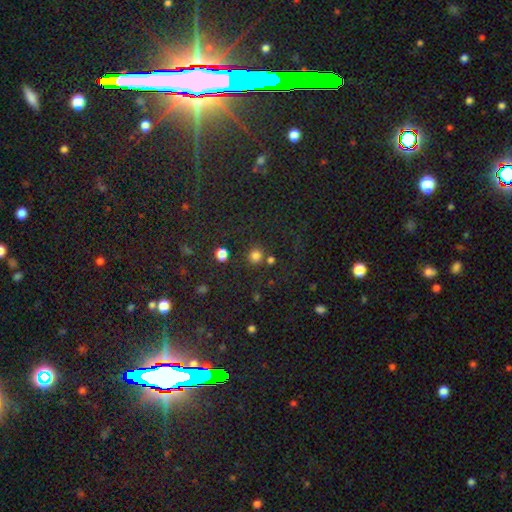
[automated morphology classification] The model was most divided on "smooth or featured": smooth: 77%, star or artifact: 18%, featured or disk: 5%. More confident: how rounded — round (89%); merging — none (78%).